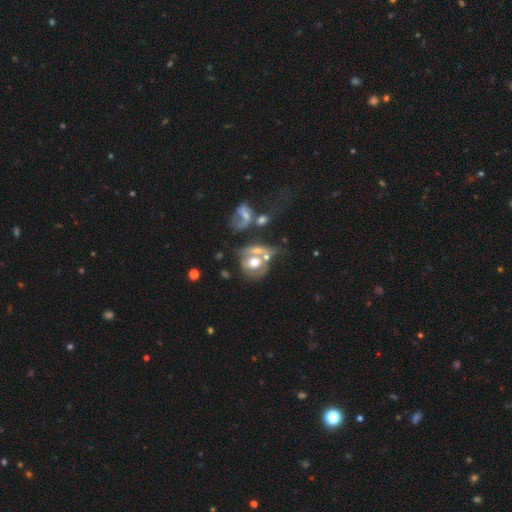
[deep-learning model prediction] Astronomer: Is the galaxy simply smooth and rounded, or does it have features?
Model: featured or disk — 51% (runner-up: smooth, 36%).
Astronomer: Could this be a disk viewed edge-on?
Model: no — 94%.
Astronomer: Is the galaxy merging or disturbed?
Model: merger — 50%.